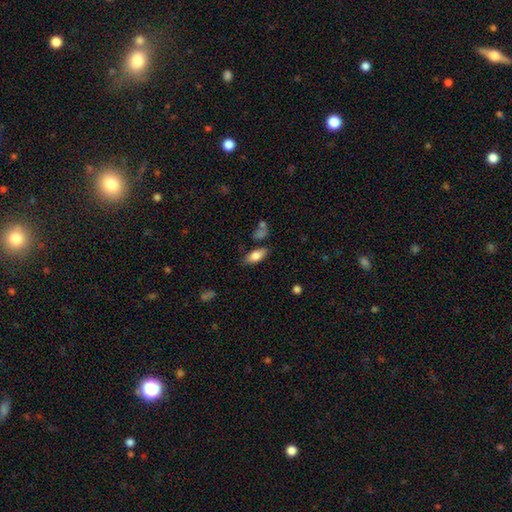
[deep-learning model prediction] smooth_or_featured: smooth (p=0.77) [alt: featured or disk p=0.15]
how_rounded: in between (p=0.81) [alt: cigar-shaped p=0.15]
merging: none (p=0.74) [alt: minor disturbance p=0.16]